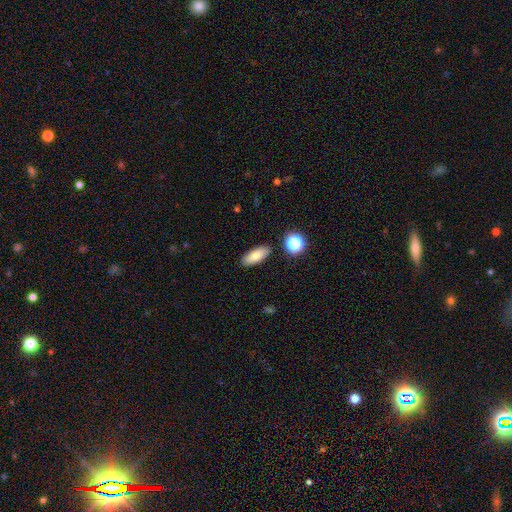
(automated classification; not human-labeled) Q: Smooth or featured?
A: smooth (79%); runner-up: featured or disk (12%)
Q: How rounded?
A: in between (77%); runner-up: cigar-shaped (19%)
Q: Merging?
A: none (88%); runner-up: minor disturbance (8%)